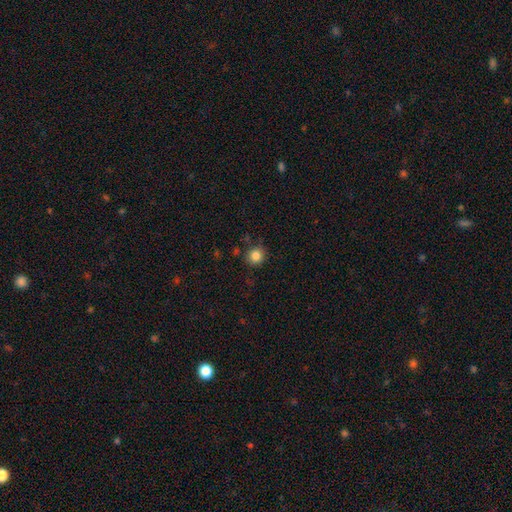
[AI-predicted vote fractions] The model was most divided on "merging": none: 83%, minor disturbance: 11%, major disturbance: 3%, merger: 3%. More confident: how rounded — round (89%); smooth or featured — smooth (84%).